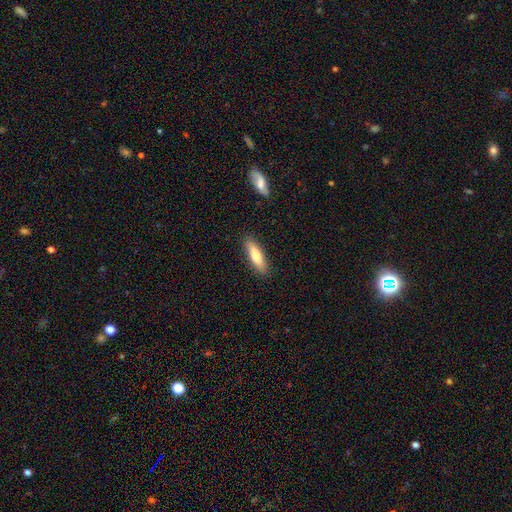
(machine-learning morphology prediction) This is likely a smooth galaxy (72%). How rounded: likely cigar-shaped (61%). Merging: clearly none (88%).